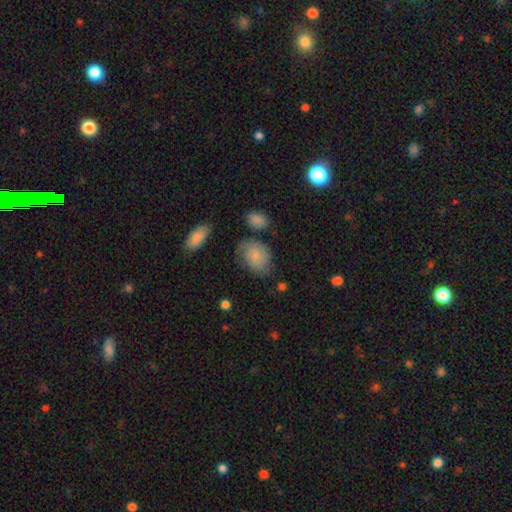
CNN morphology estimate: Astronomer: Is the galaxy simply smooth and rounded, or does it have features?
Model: smooth — 69%.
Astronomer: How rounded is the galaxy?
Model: in between — 72%.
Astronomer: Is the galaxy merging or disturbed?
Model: none — 59%.